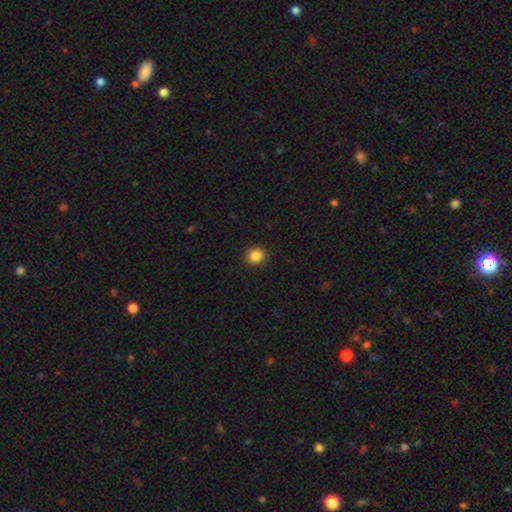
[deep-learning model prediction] Smooth or featured?
  - smooth: 86% *
  - star or artifact: 10%
  - featured or disk: 4%
How rounded?
  - round: 89% *
  - in between: 10%
  - cigar-shaped: 1%
Merging?
  - none: 92% *
  - minor disturbance: 6%
  - major disturbance: 2%
  - merger: 1%